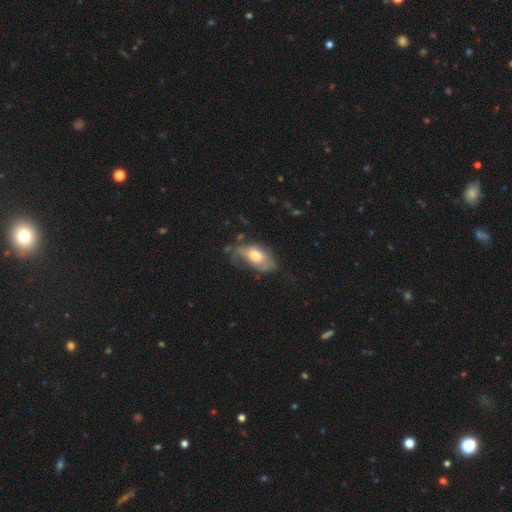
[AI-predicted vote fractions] smooth-or-featured: smooth: 52% | featured or disk: 40% | star or artifact: 8%
  how-rounded: in between: 89% | round: 6% | cigar-shaped: 4%
  merging: none: 40% | minor disturbance: 35% | major disturbance: 22% | merger: 3%